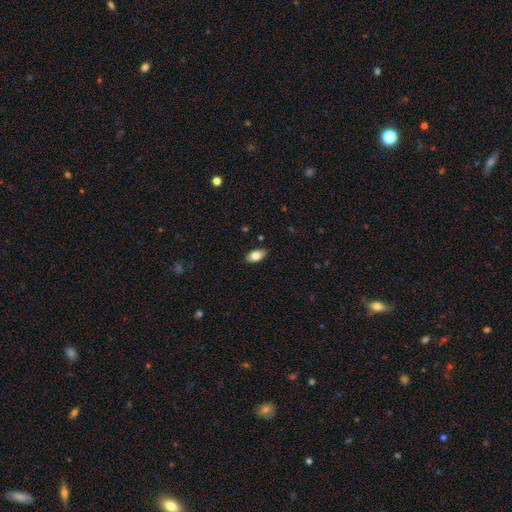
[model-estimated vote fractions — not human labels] Overall: smooth (81%). How rounded: in between (92%). Merging: none (87%).